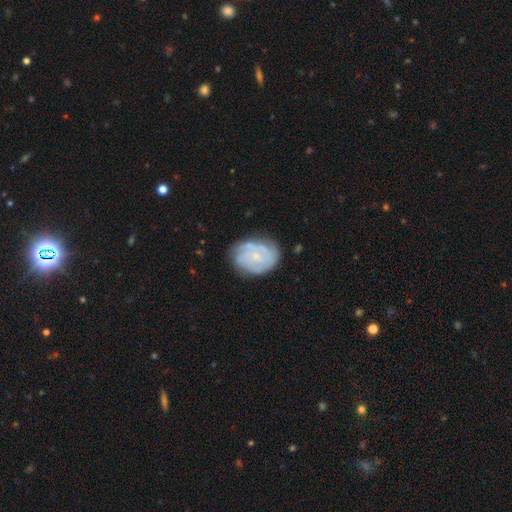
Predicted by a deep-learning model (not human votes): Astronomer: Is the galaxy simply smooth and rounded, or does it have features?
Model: featured or disk — 67%.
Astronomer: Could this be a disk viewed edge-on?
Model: no — 98%.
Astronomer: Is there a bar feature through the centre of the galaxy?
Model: no — 69%.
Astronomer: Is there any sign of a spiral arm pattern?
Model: yes — 83%.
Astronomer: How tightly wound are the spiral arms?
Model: tight — 61%.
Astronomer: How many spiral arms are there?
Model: can't tell — 44% (runner-up: 2, 20%).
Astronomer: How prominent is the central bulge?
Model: small — 65%.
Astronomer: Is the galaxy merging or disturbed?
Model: none — 70%.